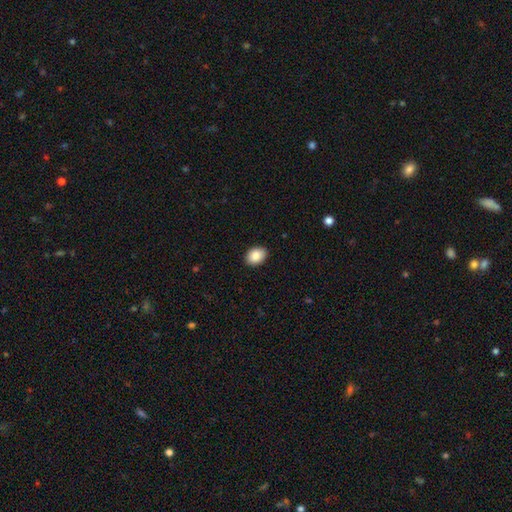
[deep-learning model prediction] Smooth or featured?
  - smooth: 89% *
  - star or artifact: 7%
  - featured or disk: 4%
How rounded?
  - in between: 77% *
  - round: 22%
  - cigar-shaped: 1%
Merging?
  - none: 90% *
  - minor disturbance: 7%
  - major disturbance: 2%
  - merger: 1%